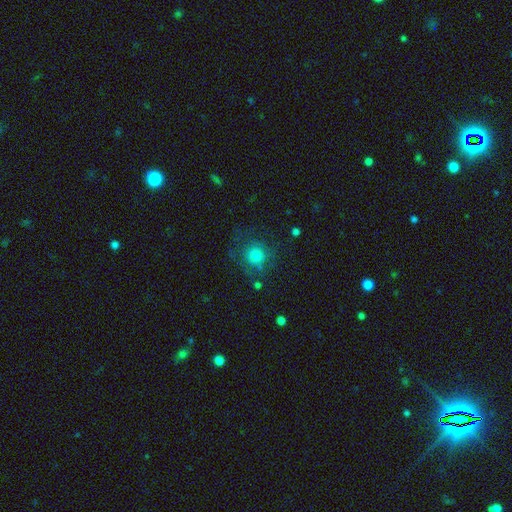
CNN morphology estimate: type=smooth (74%); roundness=round (90%); merging=none (66%).